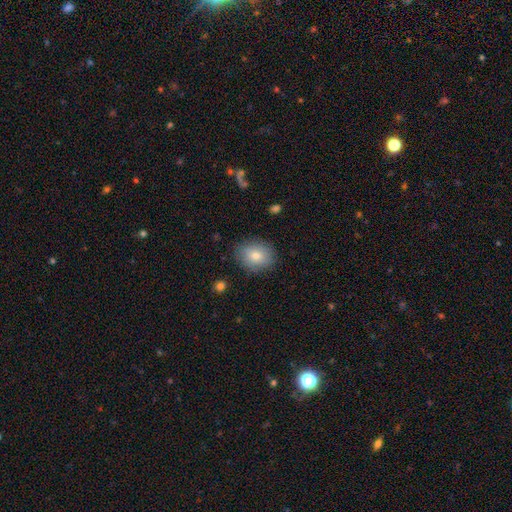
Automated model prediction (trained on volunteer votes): Smooth or featured: smooth — 77% (featured or disk — 14%)
How rounded: round — 55% (in between — 44%)
Merging: none — 84% (minor disturbance — 12%)